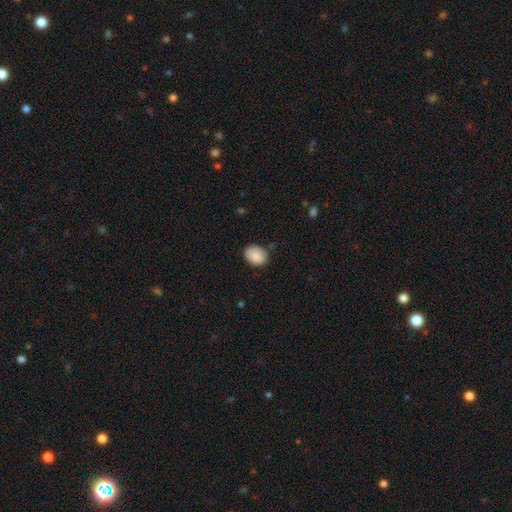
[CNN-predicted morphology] Smooth or featured? smooth (88%)
How rounded? in between (62%)
Merging? none (79%)